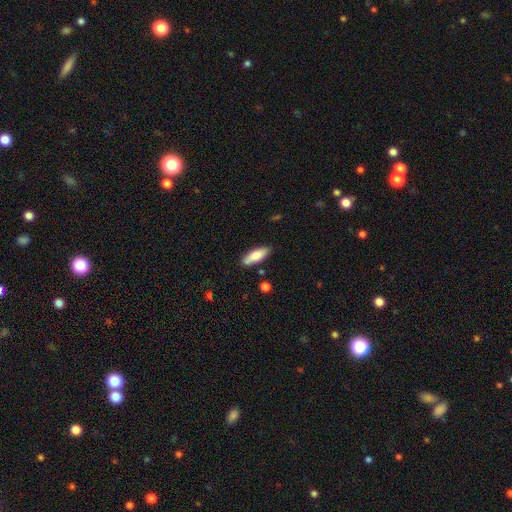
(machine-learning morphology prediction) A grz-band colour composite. It shows a smooth galaxy with no disk features (78%) that is in between round and cigar-shaped (60%). Merging: none (81%).